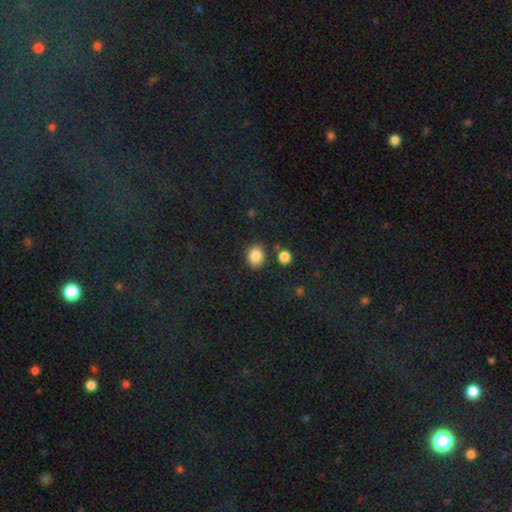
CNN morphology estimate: Smooth or featured: smooth — 85% (star or artifact — 10%)
How rounded: round — 58% (in between — 41%)
Merging: none — 82% (minor disturbance — 10%)